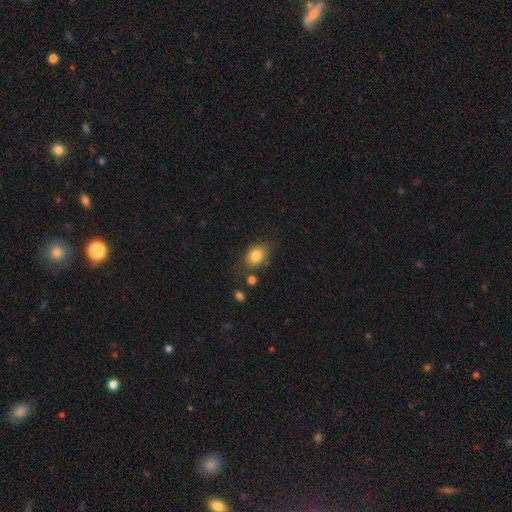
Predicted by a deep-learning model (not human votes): Smooth or featured? Predicted: smooth (p=0.82). How rounded? Predicted: in between (p=0.61). Merging? Predicted: none (p=0.69).